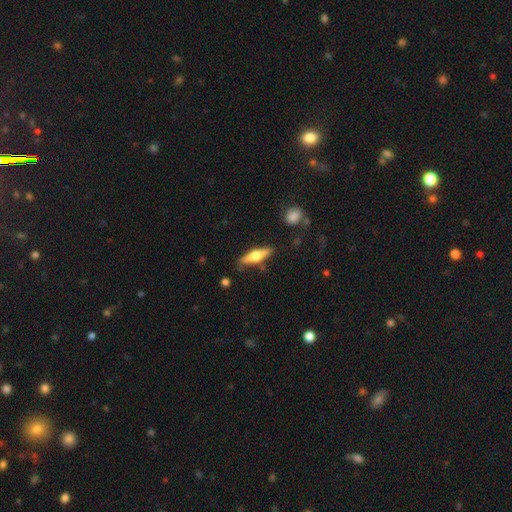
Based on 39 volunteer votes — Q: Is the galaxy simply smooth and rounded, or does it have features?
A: featured or disk — 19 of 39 (49%).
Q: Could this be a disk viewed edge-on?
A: yes — 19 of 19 (100%).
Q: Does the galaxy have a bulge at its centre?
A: rounded — 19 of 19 (100%).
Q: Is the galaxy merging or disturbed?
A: none — 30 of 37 (81%).